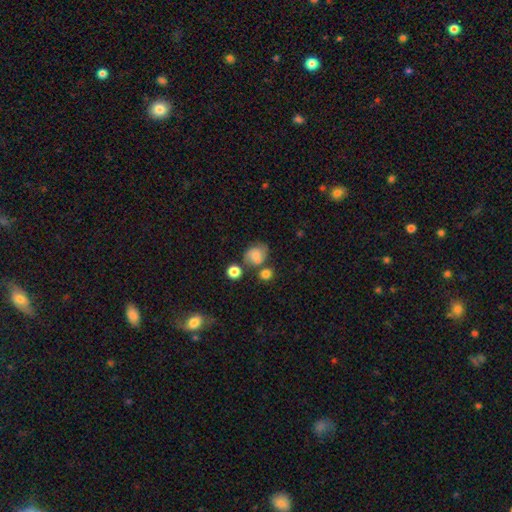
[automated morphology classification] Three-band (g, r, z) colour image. It shows a smooth galaxy with no disk features (51%) that is round (60%). Merging: none (55%).